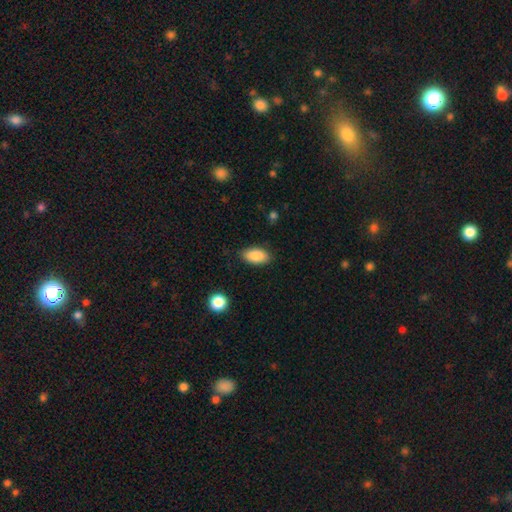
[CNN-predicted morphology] A smooth galaxy with no disk features (86%) that is in between round and cigar-shaped (92%).

Vote fractions:
- Smooth or featured? smooth: 86% / star or artifact: 7% / featured or disk: 7%
- How rounded? in between: 92% / round: 4% / cigar-shaped: 3%
- Merging? none: 84% / minor disturbance: 12% / major disturbance: 3% / merger: 1%